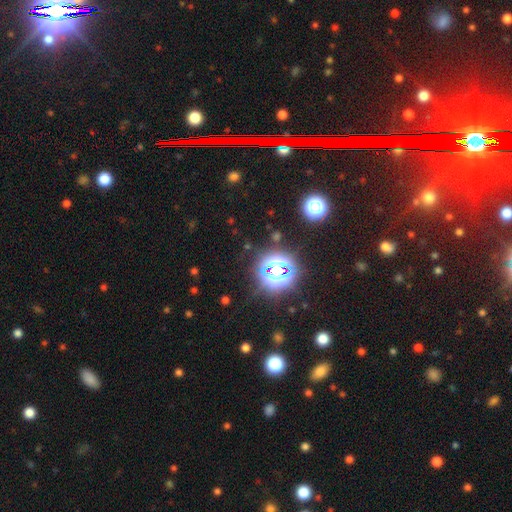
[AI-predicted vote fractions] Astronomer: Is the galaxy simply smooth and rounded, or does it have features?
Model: star or artifact — 76%.